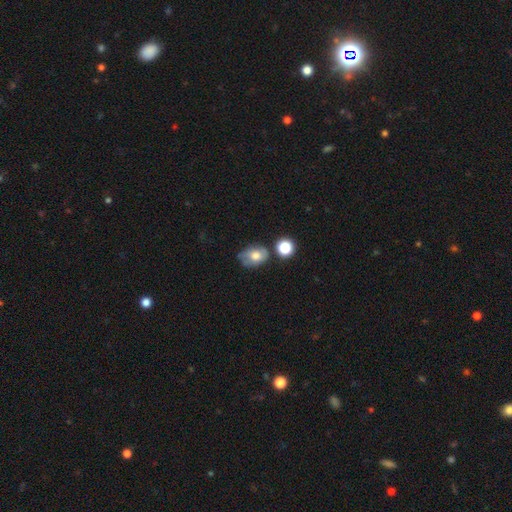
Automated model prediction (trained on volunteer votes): Overall: smooth (63%; featured or disk 26%). How rounded: in between (68%; round 31%). Merging: none (45%; minor disturbance 30%).